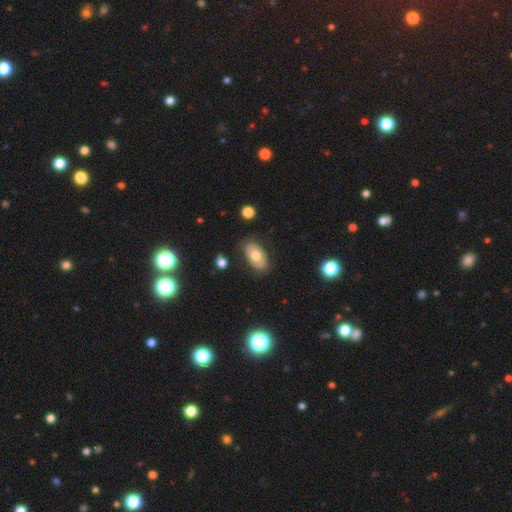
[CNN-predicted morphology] This appears to be a smooth galaxy with no disk features (63%) that is in between round and cigar-shaped (92%). Merging: none (79%).